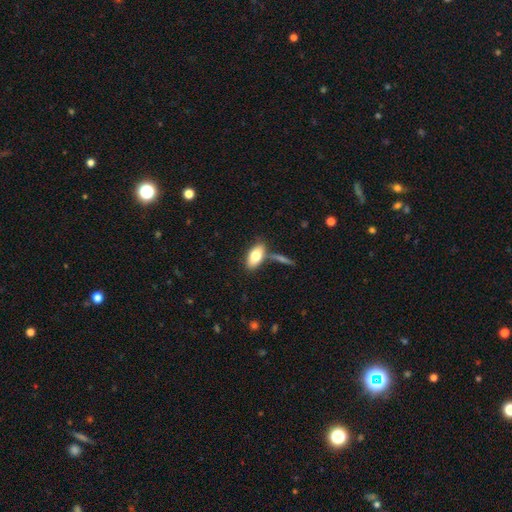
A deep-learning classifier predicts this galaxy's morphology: Smooth or featured? smooth (75%)
How rounded? in between (89%)
Merging? none (65%)